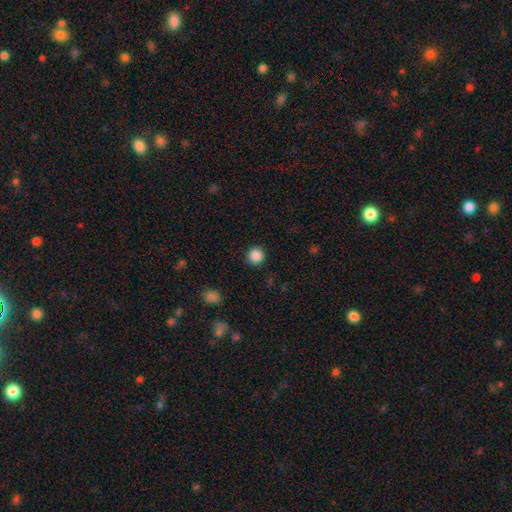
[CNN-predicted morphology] A smooth galaxy with no disk features (87%) that is round (95%).

Vote fractions:
- Smooth or featured? smooth: 87% / star or artifact: 10% / featured or disk: 3%
- How rounded? round: 95% / in between: 5% / cigar-shaped: 1%
- Merging? none: 91% / minor disturbance: 5% / major disturbance: 2% / merger: 1%